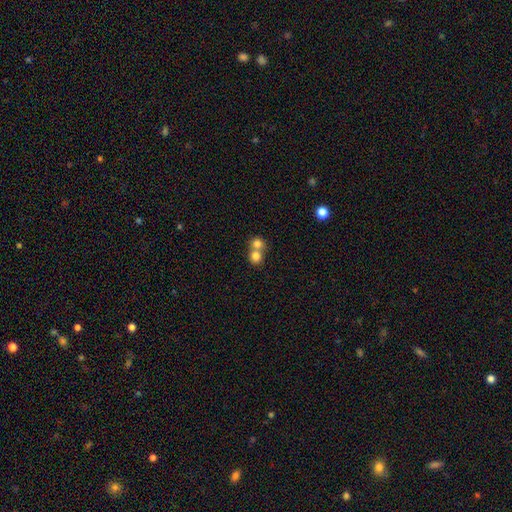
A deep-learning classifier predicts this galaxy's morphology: Smooth or featured? smooth (79%)
How rounded? round (82%)
Merging? merger (61%)